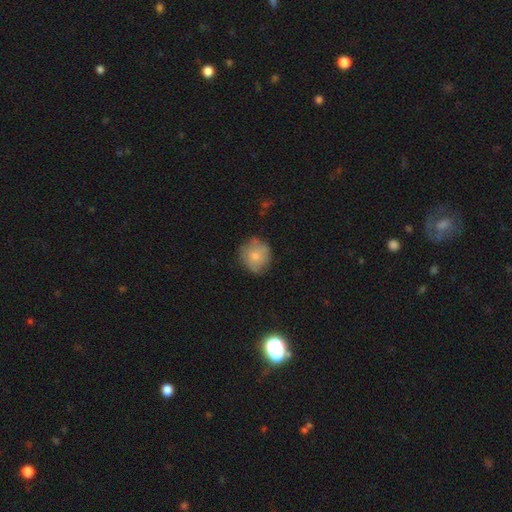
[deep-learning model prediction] smooth-or-featured: smooth: 70% | featured or disk: 22% | star or artifact: 8%
  how-rounded: round: 85% | in between: 14% | cigar-shaped: 1%
  merging: none: 68% | minor disturbance: 24% | major disturbance: 6% | merger: 2%